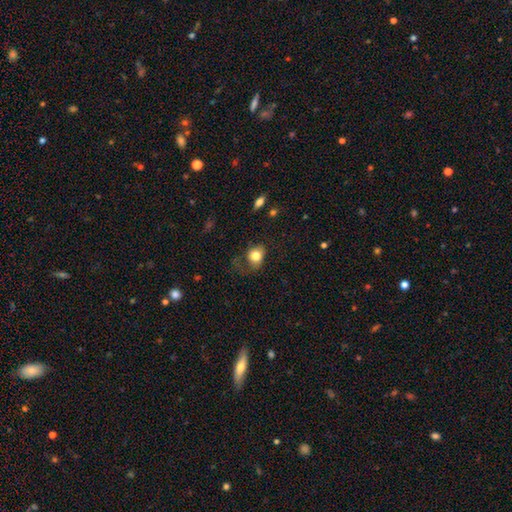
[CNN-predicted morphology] Smooth or featured? smooth (79%)
How rounded? round (56%)
Merging? none (46%)